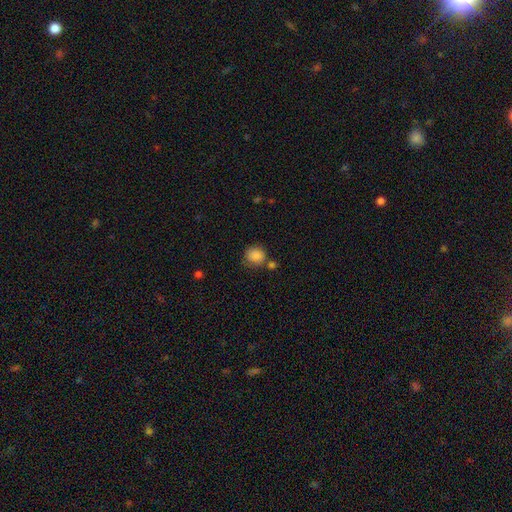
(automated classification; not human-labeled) Smooth or featured: smooth — 84% (star or artifact — 9%)
How rounded: round — 78% (in between — 21%)
Merging: none — 59% (minor disturbance — 20%)